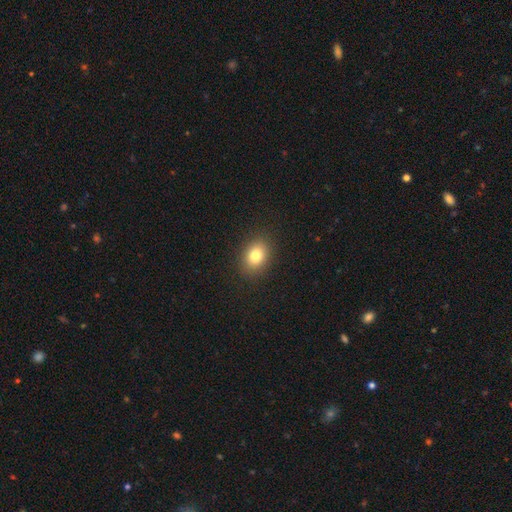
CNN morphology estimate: This appears to be a smooth galaxy with no disk features (80%) that is in between round and cigar-shaped (64%). Merging: none (89%).